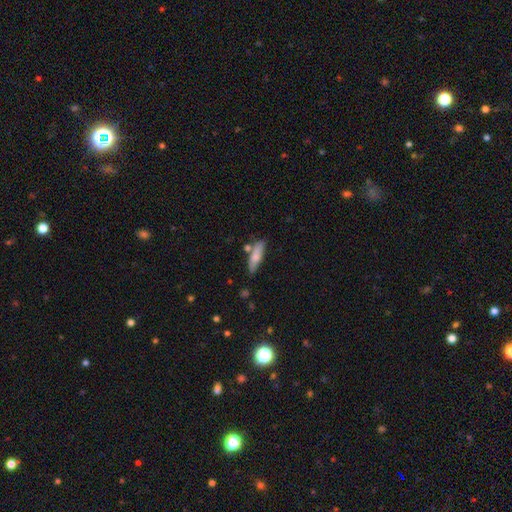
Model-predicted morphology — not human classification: Overall: smooth (72%). How rounded: cigar-shaped (62%; in between 36%). Merging: none (67%).